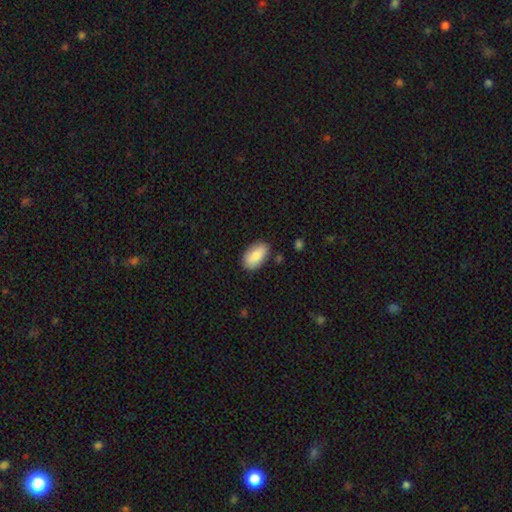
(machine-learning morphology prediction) Overall: smooth (85%). How rounded: in between (94%). Merging: none (82%).